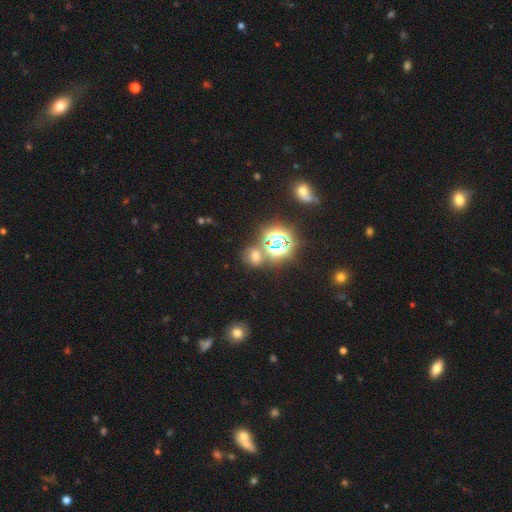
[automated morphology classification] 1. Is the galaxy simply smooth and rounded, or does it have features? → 47% smooth, 43% star or artifact, 10% featured or disk.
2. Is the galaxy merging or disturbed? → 68% none, 16% merger, 11% minor disturbance, 5% major disturbance.